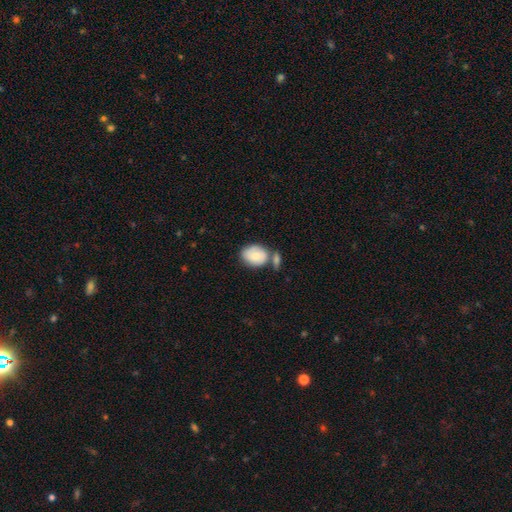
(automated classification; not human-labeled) Q: Smooth or featured?
A: smooth (70%); runner-up: featured or disk (23%)
Q: How rounded?
A: in between (63%); runner-up: round (36%)
Q: Merging?
A: none (42%); runner-up: merger (32%)